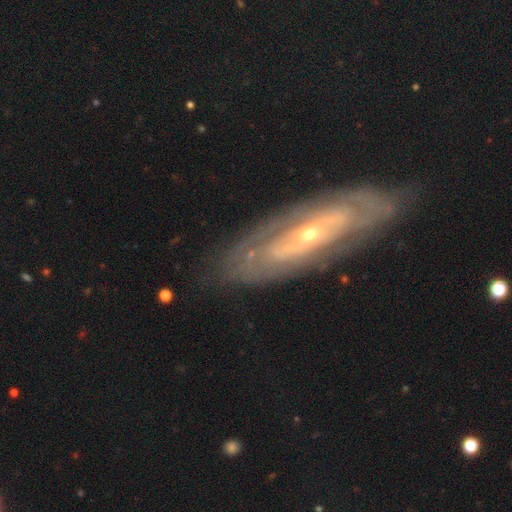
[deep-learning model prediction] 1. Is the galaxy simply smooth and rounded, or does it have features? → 80% featured or disk, 14% smooth, 6% star or artifact.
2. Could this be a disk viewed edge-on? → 82% no, 18% yes.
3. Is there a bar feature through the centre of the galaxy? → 72% no, 18% weak, 10% strong.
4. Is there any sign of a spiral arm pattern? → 62% yes, 38% no.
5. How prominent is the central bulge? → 67% small, 29% moderate, 2% large, 1% none, 1% dominant.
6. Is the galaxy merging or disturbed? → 79% none, 14% minor disturbance, 5% major disturbance, 2% merger.